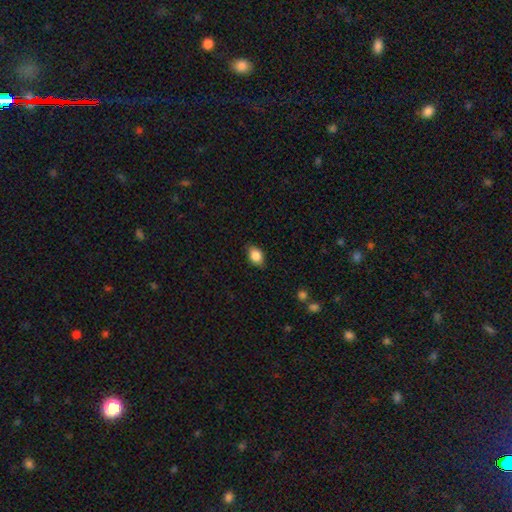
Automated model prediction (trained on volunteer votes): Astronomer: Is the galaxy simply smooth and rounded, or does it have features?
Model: smooth — 84%.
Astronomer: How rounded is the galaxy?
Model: in between — 83%.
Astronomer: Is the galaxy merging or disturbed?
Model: none — 84%.